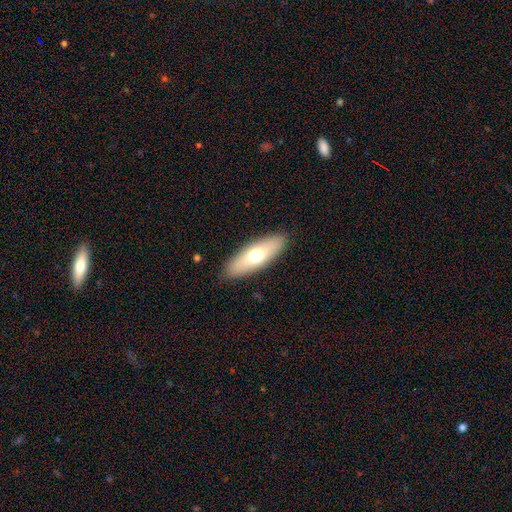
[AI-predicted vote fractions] Overall: smooth (63%; featured or disk 30%). How rounded: in between (61%; cigar-shaped 36%). Merging: none (88%).